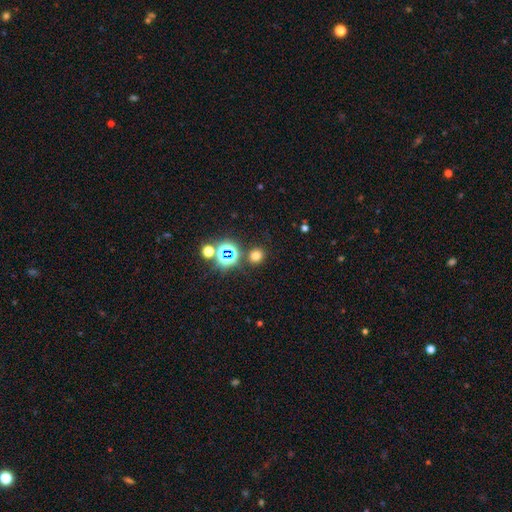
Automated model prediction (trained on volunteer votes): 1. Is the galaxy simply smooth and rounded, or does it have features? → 67% smooth, 27% star or artifact, 7% featured or disk.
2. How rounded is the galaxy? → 83% round, 16% in between, 1% cigar-shaped.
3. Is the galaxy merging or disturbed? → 85% none, 7% minor disturbance, 5% merger, 3% major disturbance.